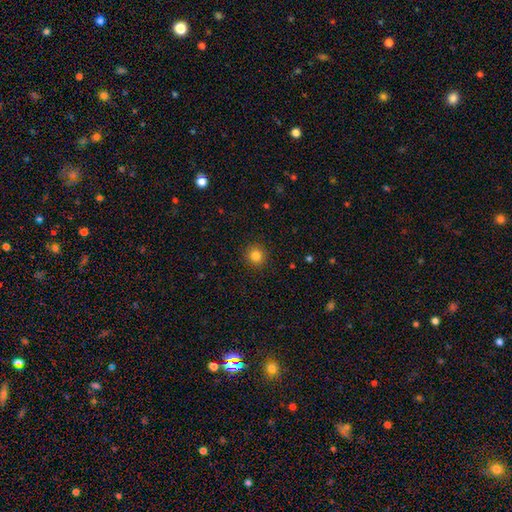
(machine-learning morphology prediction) Q: Smooth or featured?
A: smooth (83%); runner-up: star or artifact (12%)
Q: How rounded?
A: round (92%); runner-up: in between (7%)
Q: Merging?
A: none (92%); runner-up: minor disturbance (5%)